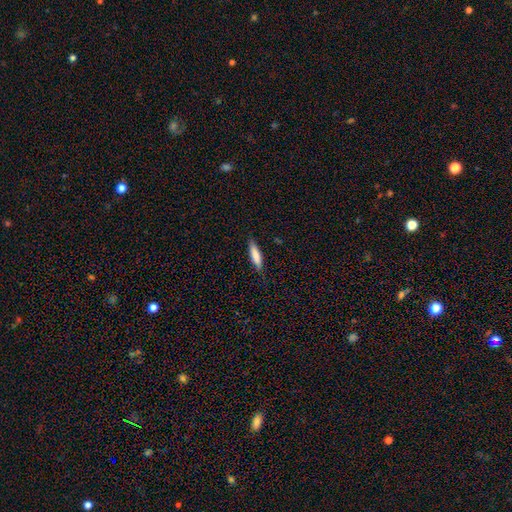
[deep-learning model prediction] smooth 78%, featured or disk 16%, star or artifact 6%. Down the decision tree: how rounded — cigar-shaped (75%); merging — none (83%).